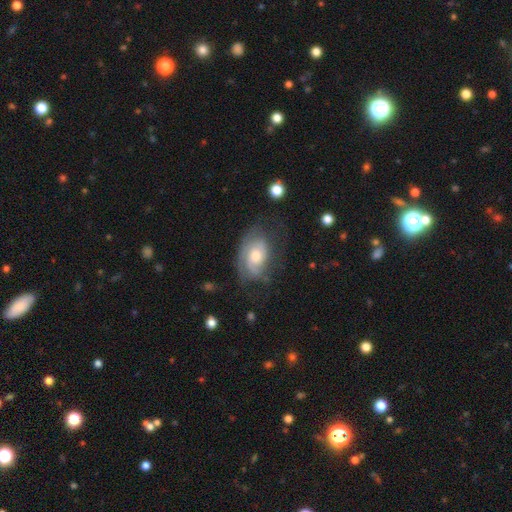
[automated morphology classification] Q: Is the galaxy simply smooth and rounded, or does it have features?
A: featured or disk — 68%.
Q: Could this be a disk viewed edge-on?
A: no — 95%.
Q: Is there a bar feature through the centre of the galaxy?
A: no — 72%.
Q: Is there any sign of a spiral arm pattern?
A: yes — 85%.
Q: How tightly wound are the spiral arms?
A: tight — 51%.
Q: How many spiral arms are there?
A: can't tell — 37%.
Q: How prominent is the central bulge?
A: moderate — 63%.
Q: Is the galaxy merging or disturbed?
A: none — 57%.